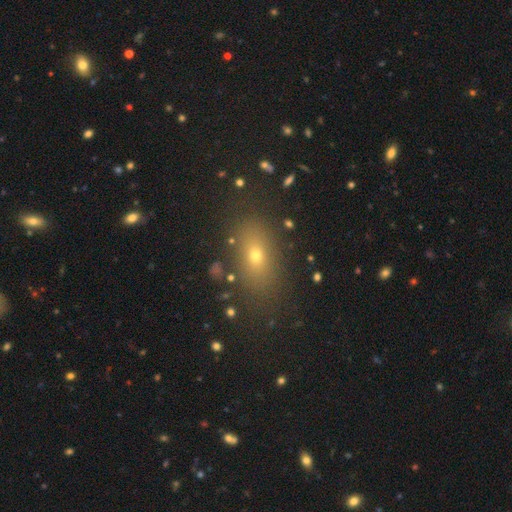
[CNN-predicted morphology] Smooth or featured? Predicted: smooth (p=0.66). How rounded? Predicted: in between (p=0.78). Merging? Predicted: none (p=0.82).